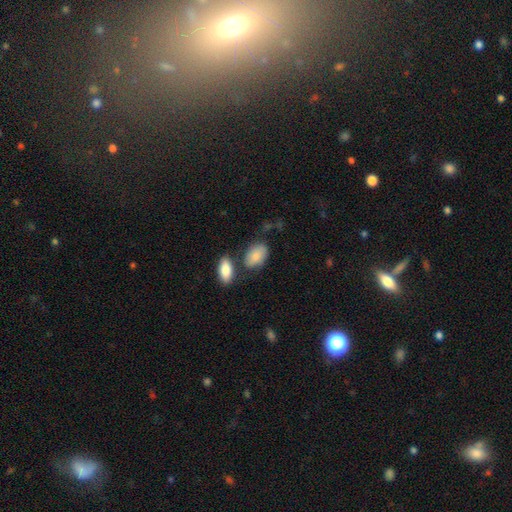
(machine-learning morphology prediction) Smooth or featured? smooth (85%)
How rounded? in between (90%)
Merging? none (60%)